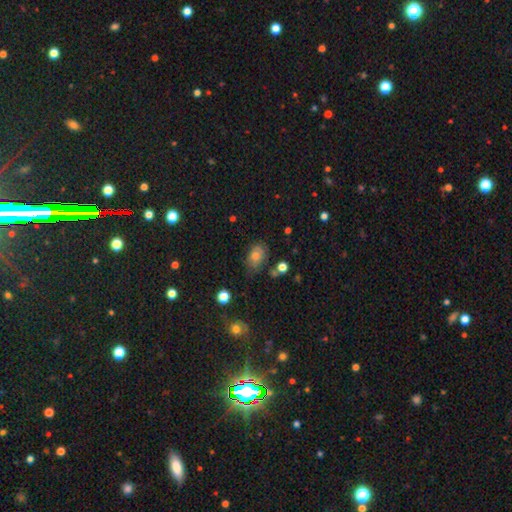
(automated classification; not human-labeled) Overall: smooth (68%). How rounded: in between (80%). Merging: none (67%).